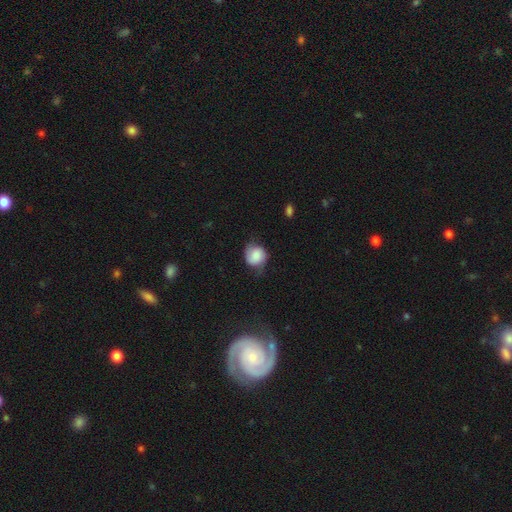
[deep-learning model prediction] smooth-or-featured: smooth: 70% | featured or disk: 21% | star or artifact: 8%
  how-rounded: round: 78% | in between: 21% | cigar-shaped: 1%
  merging: none: 53% | minor disturbance: 33% | major disturbance: 13% | merger: 2%